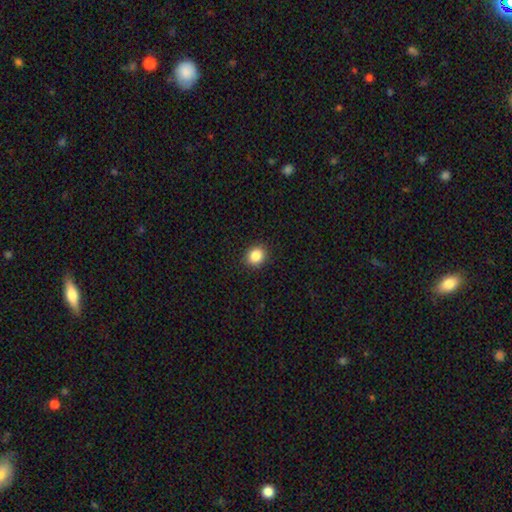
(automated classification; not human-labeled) This is clearly a smooth galaxy (86%). How rounded: likely round (75%). Merging: clearly none (91%).